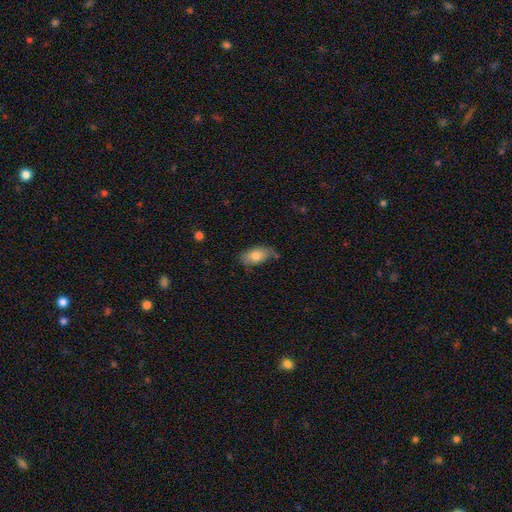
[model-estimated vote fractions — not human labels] This is likely a smooth galaxy (78%). How rounded: clearly in between (91%). Merging: likely none (64%).